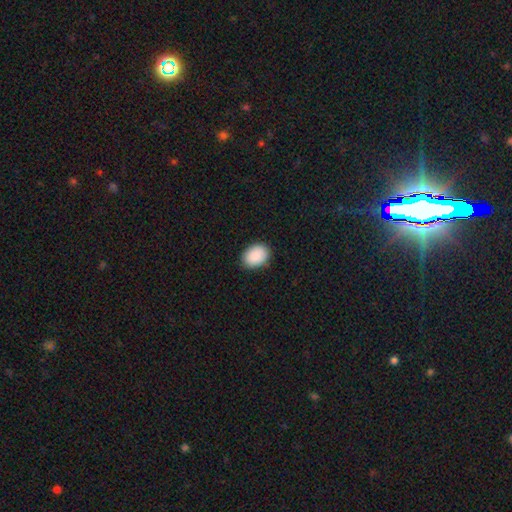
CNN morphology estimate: A smooth galaxy with no disk features (91%) that is in between round and cigar-shaped (78%). Merging: none (88%).